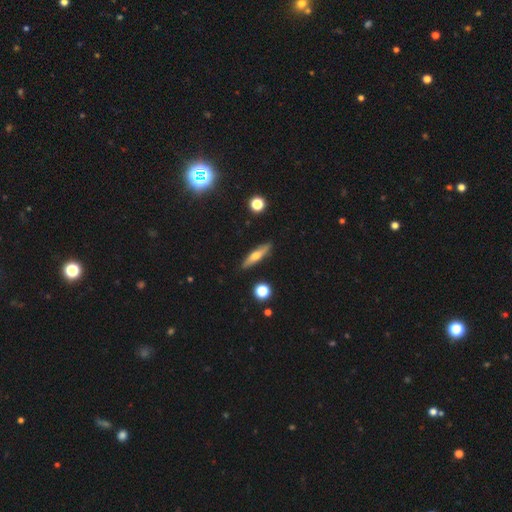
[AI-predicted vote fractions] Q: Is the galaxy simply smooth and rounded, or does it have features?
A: smooth — 48%.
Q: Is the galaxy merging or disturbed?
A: none — 89%.